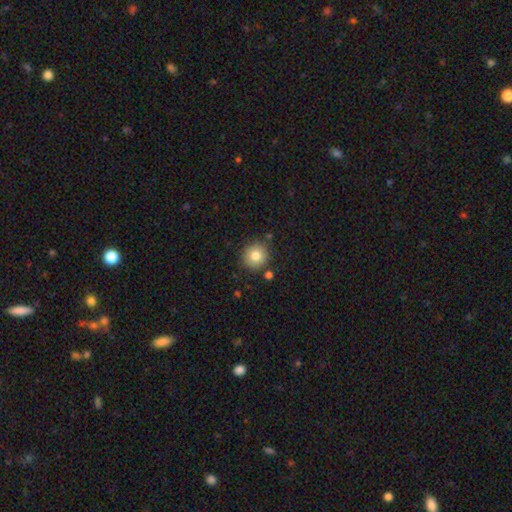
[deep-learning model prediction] smooth 81%, star or artifact 10%, featured or disk 9%. Down the decision tree: how rounded — round (90%); merging — none (85%).